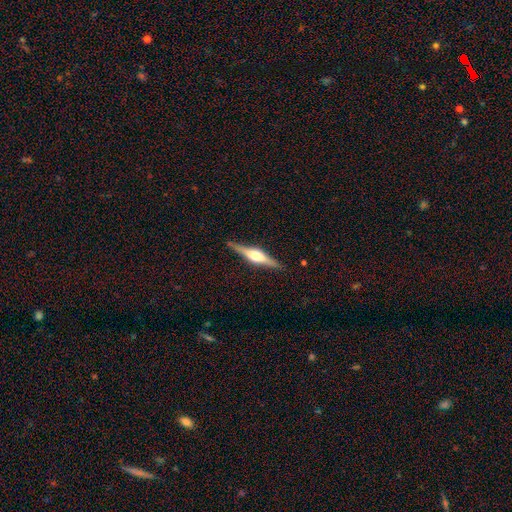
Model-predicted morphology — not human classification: A featured or disk galaxy (77%) viewed edge-on (98%) with a rounded central bulge (91%).

Vote fractions:
- Smooth or featured? featured or disk: 77% / smooth: 18% / star or artifact: 5%
- Edge-on disk? yes: 98% / no: 2%
- Edge-on bulge? rounded: 91% / boxy: 7% / none: 2%
- Merging? none: 88% / minor disturbance: 9% / major disturbance: 2% / merger: 1%